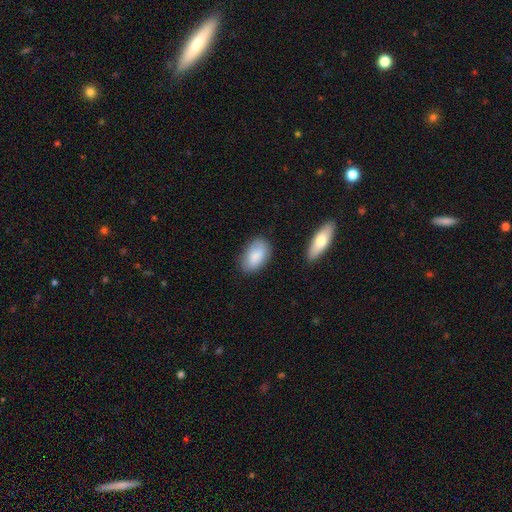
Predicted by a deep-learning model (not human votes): smooth 85%, featured or disk 9%, star or artifact 6%. Down the decision tree: how rounded — in between (93%); merging — none (75%).